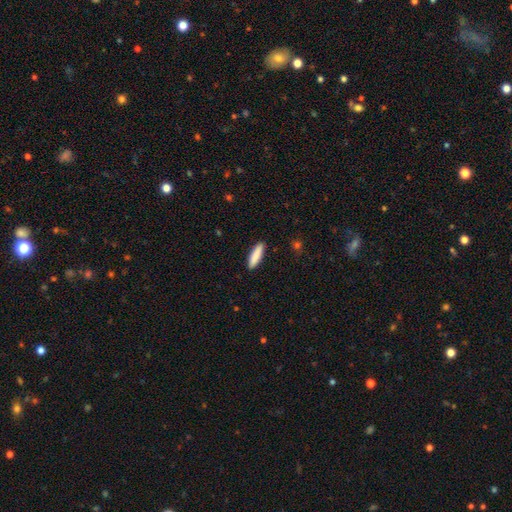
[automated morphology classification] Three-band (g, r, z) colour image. It shows a smooth galaxy with no disk features (87%) that is cigar-shaped (71%). Merging: none (90%).